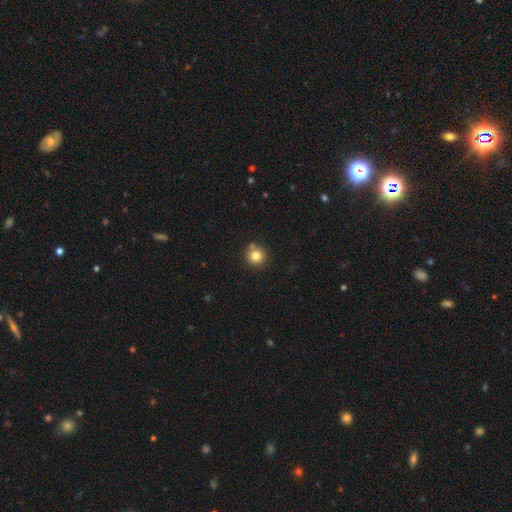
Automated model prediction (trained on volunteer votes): Smooth or featured: smooth — 81% (star or artifact — 12%)
How rounded: round — 93% (in between — 6%)
Merging: none — 76% (merger — 11%)